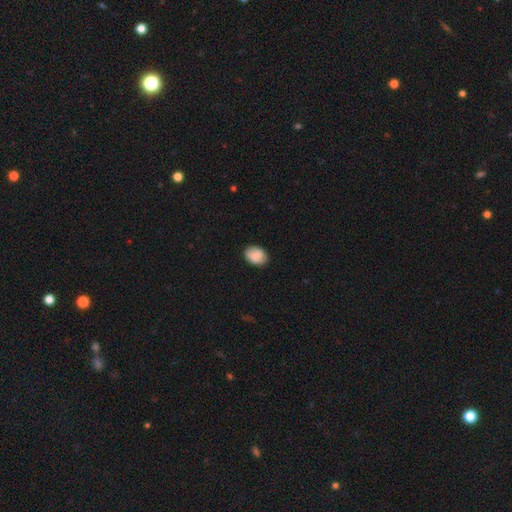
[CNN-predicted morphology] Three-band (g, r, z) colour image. It shows a smooth galaxy with no disk features (85%) that is in between round and cigar-shaped (69%). Merging: none (84%).